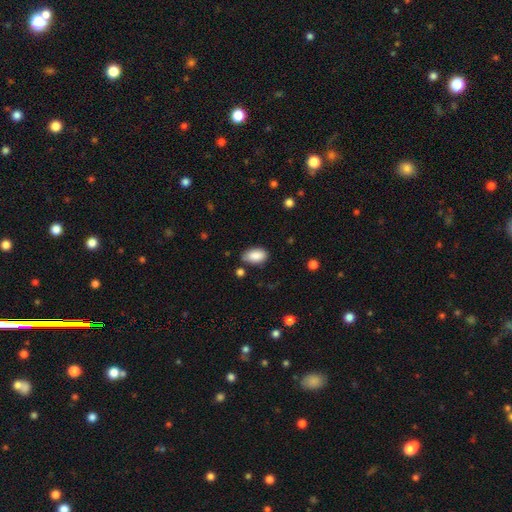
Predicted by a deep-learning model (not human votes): Smooth or featured?
  - smooth: 87% *
  - star or artifact: 7%
  - featured or disk: 6%
How rounded?
  - in between: 93% *
  - round: 5%
  - cigar-shaped: 2%
Merging?
  - none: 73% *
  - minor disturbance: 19%
  - major disturbance: 4%
  - merger: 4%